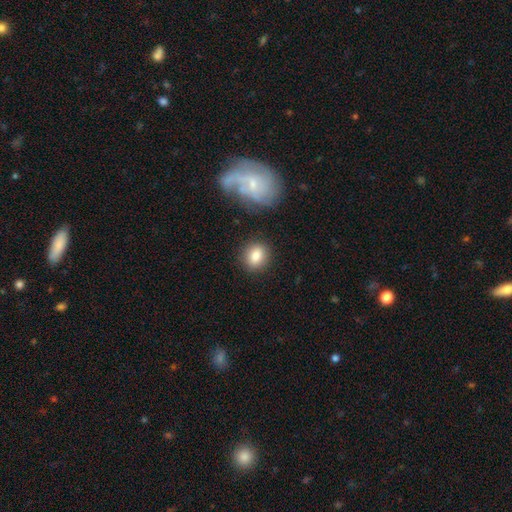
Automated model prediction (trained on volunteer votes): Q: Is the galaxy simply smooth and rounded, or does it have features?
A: smooth — 85%.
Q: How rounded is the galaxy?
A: round — 68%.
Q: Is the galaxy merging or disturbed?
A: none — 86%.